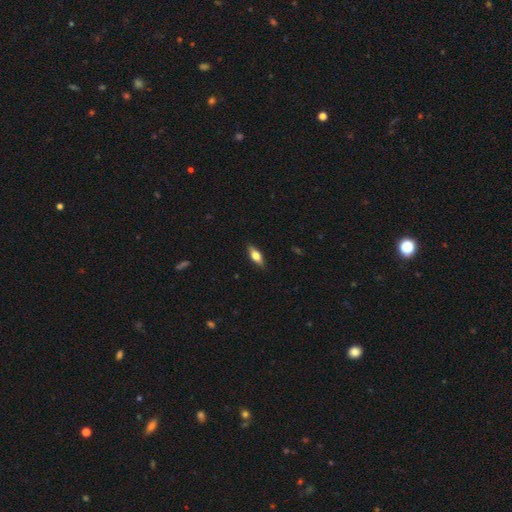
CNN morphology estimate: smooth-or-featured: smooth: 62% | featured or disk: 31% | star or artifact: 7%
  how-rounded: in between: 69% | cigar-shaped: 28% | round: 3%
  merging: none: 87% | minor disturbance: 10% | major disturbance: 2% | merger: 1%